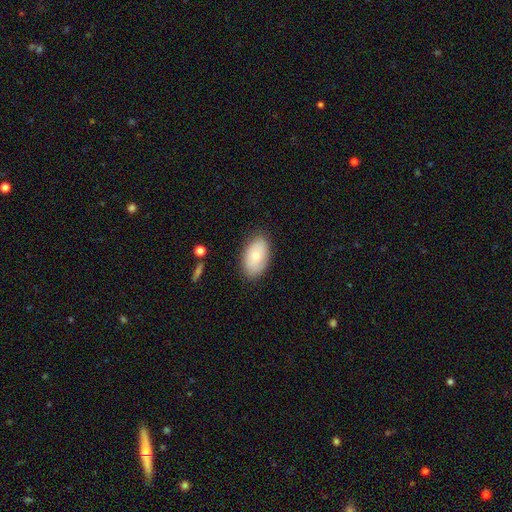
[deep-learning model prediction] A smooth galaxy with no disk features (71%) that is in between round and cigar-shaped (92%).

Vote fractions:
- Smooth or featured? smooth: 71% / featured or disk: 22% / star or artifact: 7%
- How rounded? in between: 92% / round: 6% / cigar-shaped: 1%
- Merging? none: 82% / minor disturbance: 14% / major disturbance: 3% / merger: 1%